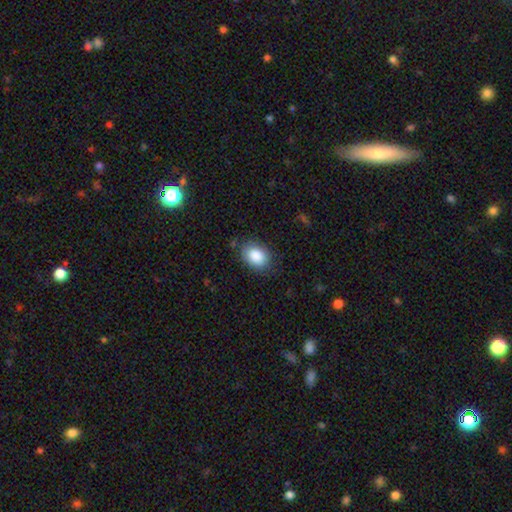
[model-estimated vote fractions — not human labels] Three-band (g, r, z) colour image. It shows a smooth galaxy with no disk features (87%) that is in between round and cigar-shaped (72%). Merging: none (81%).